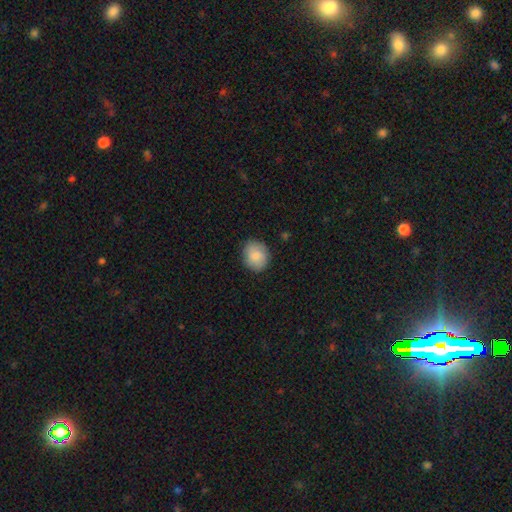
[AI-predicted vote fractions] Overall: smooth (82%). How rounded: round (74%). Merging: none (85%).